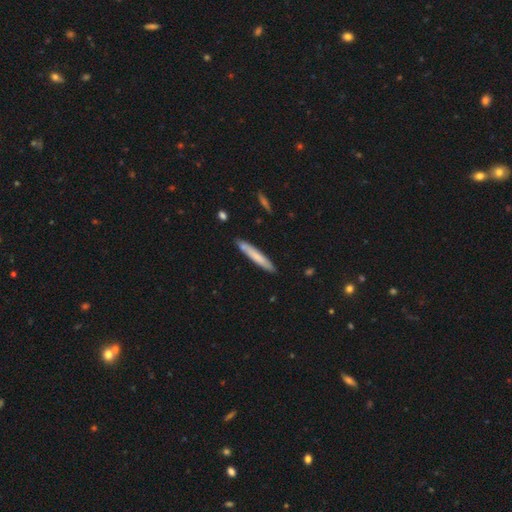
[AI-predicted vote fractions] A smooth galaxy with no disk features (70%) that is cigar-shaped (94%). Merging: none (85%).